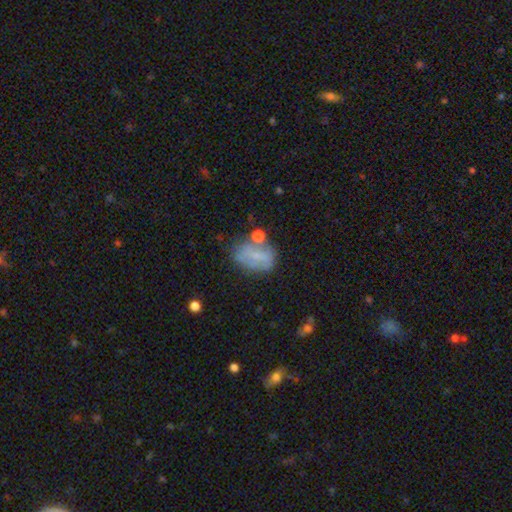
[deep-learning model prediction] This appears to be a smooth galaxy with no disk features (54%) that is in between round and cigar-shaped (76%). Merging: none (46%).